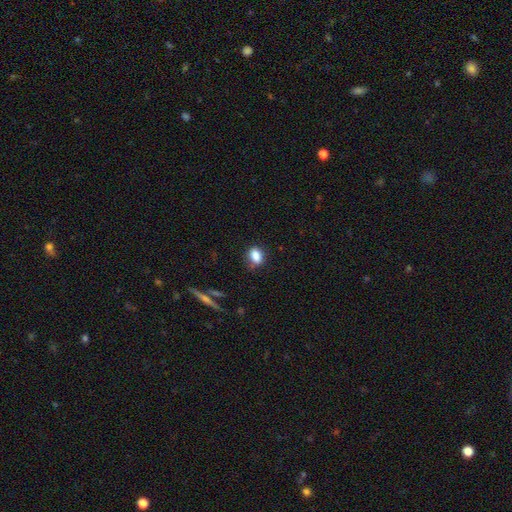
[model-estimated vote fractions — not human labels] smooth-or-featured: smooth: 84% | star or artifact: 10% | featured or disk: 6%
  how-rounded: in between: 74% | round: 23% | cigar-shaped: 3%
  merging: none: 77% | minor disturbance: 17% | major disturbance: 4% | merger: 2%